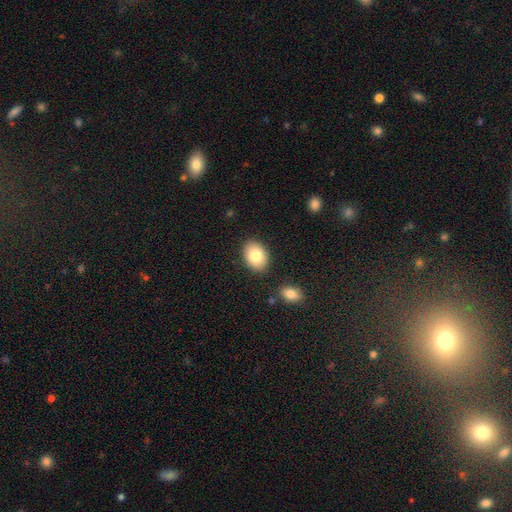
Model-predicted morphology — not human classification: Overall: smooth (82%). How rounded: in between (74%). Merging: none (86%).